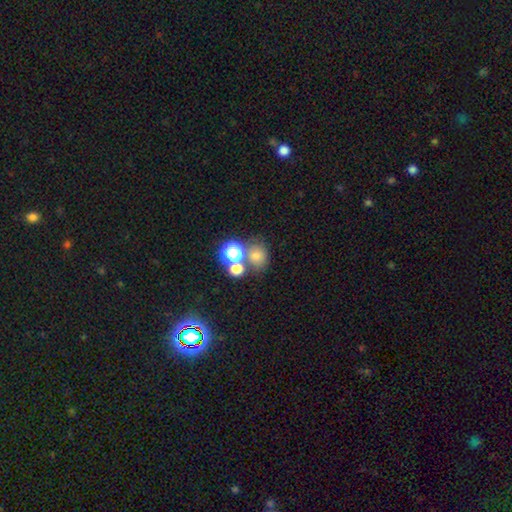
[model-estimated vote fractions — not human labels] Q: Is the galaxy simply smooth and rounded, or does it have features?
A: smooth — 68%.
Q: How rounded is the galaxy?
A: round — 75%.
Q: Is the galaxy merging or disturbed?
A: none — 56%.